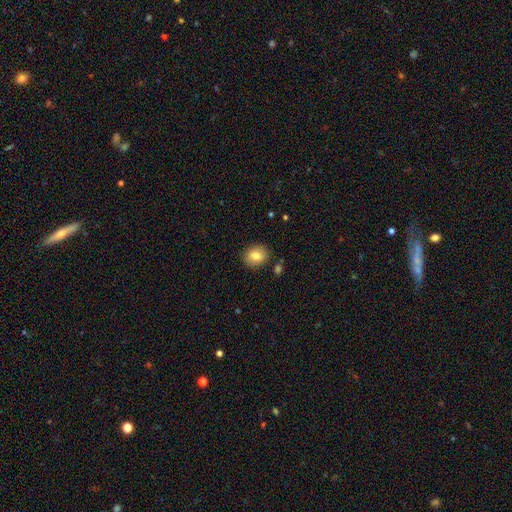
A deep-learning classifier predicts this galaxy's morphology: Overall: smooth (82%). How rounded: round (56%; in between 43%). Merging: none (87%).